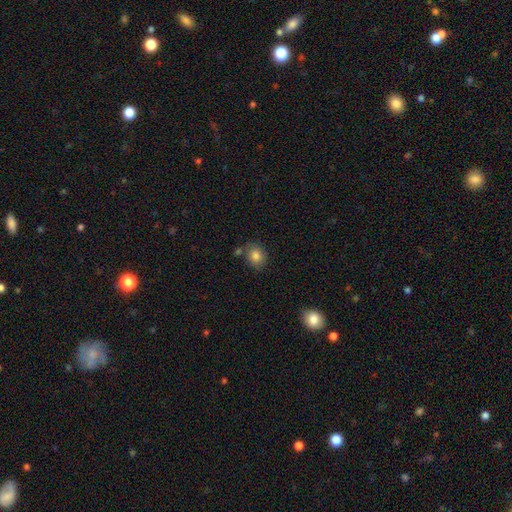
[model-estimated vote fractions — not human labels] A smooth galaxy with no disk features (82%) that is round (62%).

Vote fractions:
- Smooth or featured? smooth: 82% / star or artifact: 9% / featured or disk: 9%
- How rounded? round: 62% / in between: 37% / cigar-shaped: 1%
- Merging? none: 70% / minor disturbance: 15% / merger: 12% / major disturbance: 4%